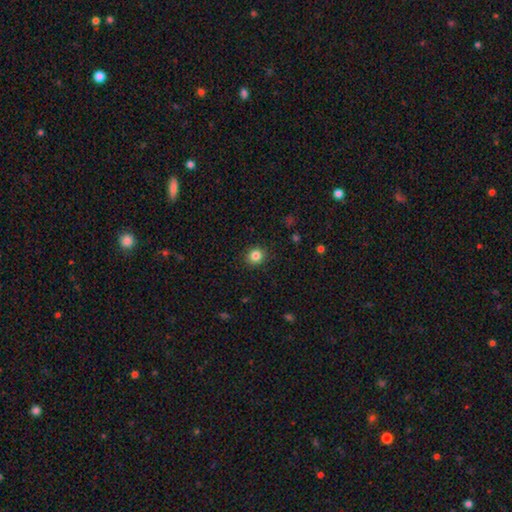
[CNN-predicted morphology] Smooth or featured? smooth (83%)
How rounded? round (85%)
Merging? none (91%)